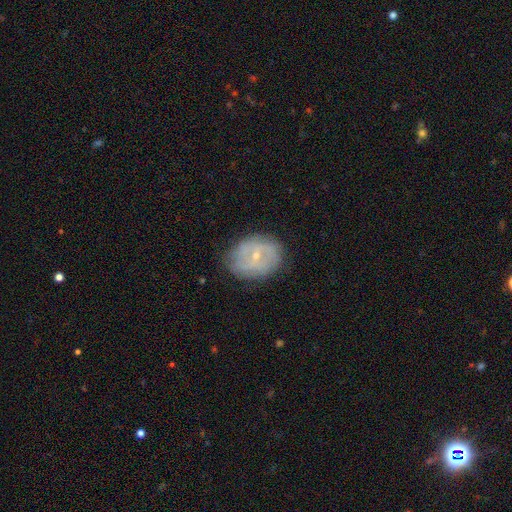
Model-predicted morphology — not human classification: A featured or disk galaxy (59%) with no bar (52%), spiral arms (67%) and a small central bulge (72%).

Vote fractions:
- Smooth or featured? featured or disk: 59% / smooth: 31% / star or artifact: 10%
- Edge-on disk? no: 96% / yes: 4%
- Bar? no: 52% / weak: 38% / strong: 9%
- Spiral arms? yes: 67% / no: 33%
- Bulge size? small: 72% / moderate: 24% / none: 2% / large: 1% / dominant: 1%
- Merging? none: 76% / minor disturbance: 18% / major disturbance: 5% / merger: 1%